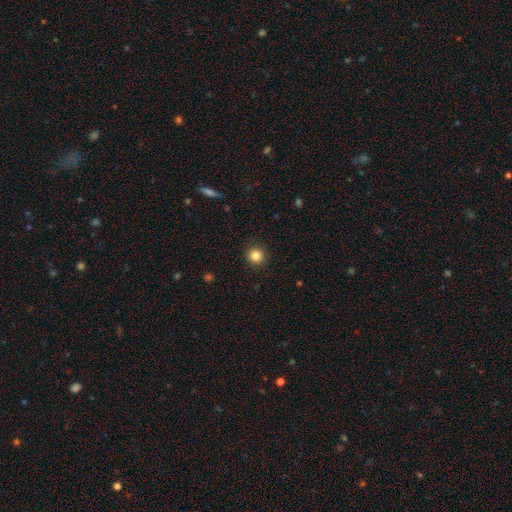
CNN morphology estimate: smooth-or-featured: smooth: 84% | star or artifact: 11% | featured or disk: 5%
  how-rounded: round: 95% | in between: 5% | cigar-shaped: 1%
  merging: none: 92% | minor disturbance: 5% | major disturbance: 2% | merger: 1%